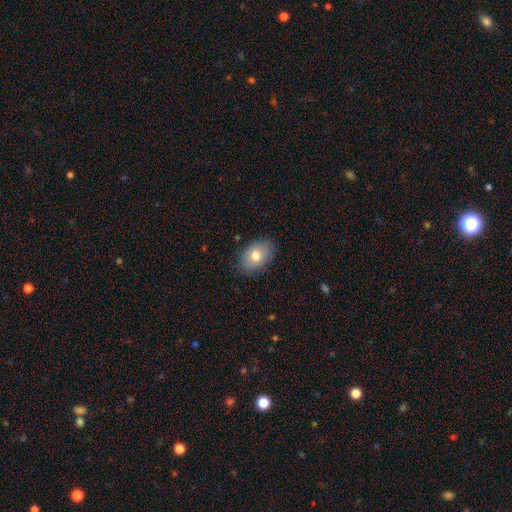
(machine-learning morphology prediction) Smooth or featured? Predicted: smooth (p=0.77). How rounded? Predicted: in between (p=0.81). Merging? Predicted: none (p=0.84).